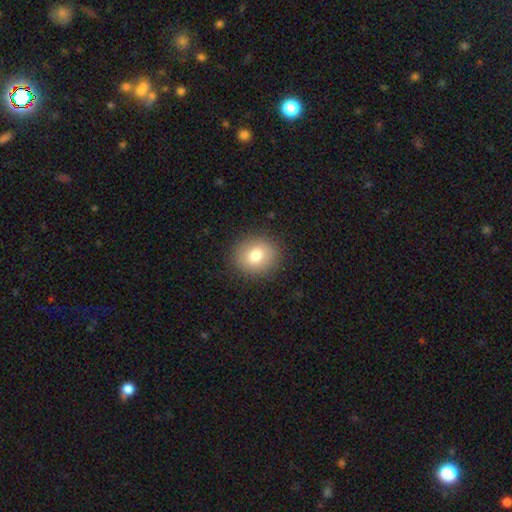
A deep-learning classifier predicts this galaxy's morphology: A smooth galaxy with no disk features (79%) that is round (73%). Merging: none (88%).